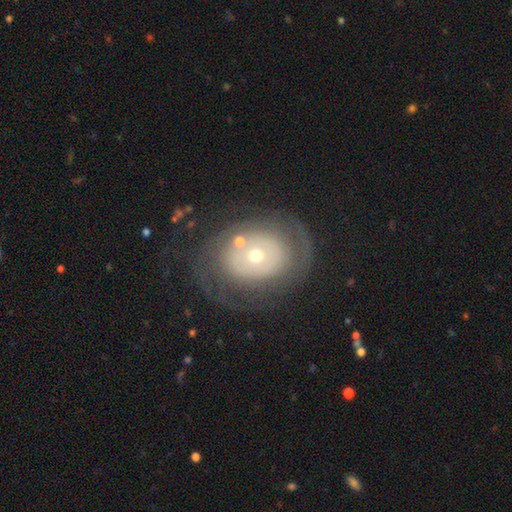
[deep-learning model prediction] This appears to be a featured or disk galaxy (65%) with no bar (86%), spiral arms (53%) and a small central bulge (50%). Merging: none (64%).